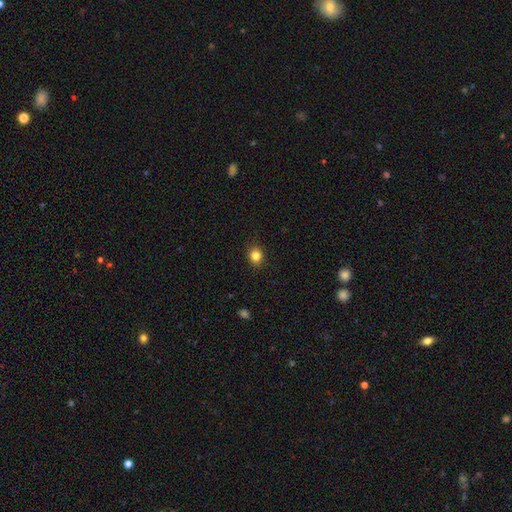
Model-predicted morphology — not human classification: A smooth galaxy with no disk features (83%) that is round (73%). Merging: none (90%).